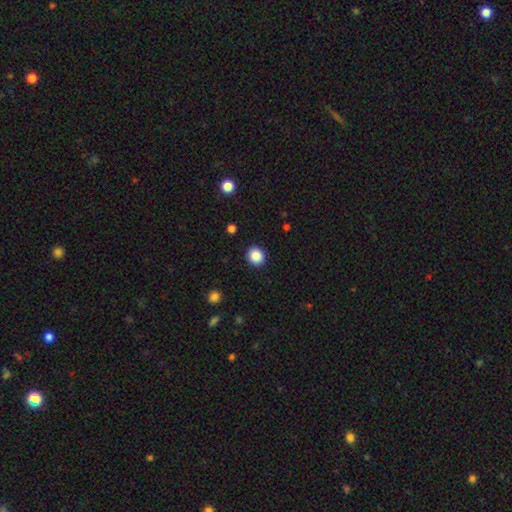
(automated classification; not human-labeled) A smooth galaxy with no disk features (88%) that is round (82%). Merging: none (91%).